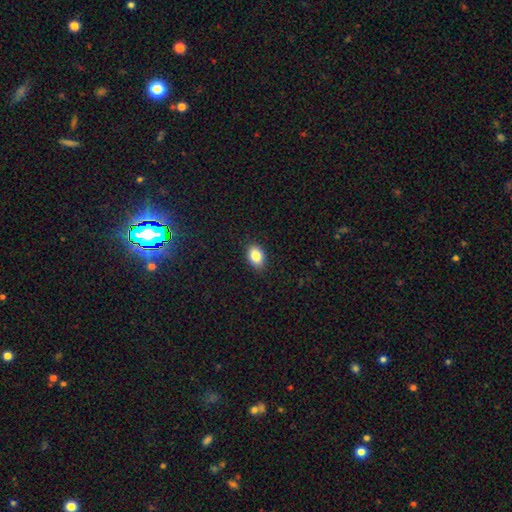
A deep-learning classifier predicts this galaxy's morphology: A smooth galaxy with no disk features (86%) that is in between round and cigar-shaped (82%).

Vote fractions:
- Smooth or featured? smooth: 86% / star or artifact: 8% / featured or disk: 6%
- How rounded? in between: 82% / round: 17% / cigar-shaped: 1%
- Merging? none: 87% / minor disturbance: 10% / major disturbance: 2% / merger: 1%